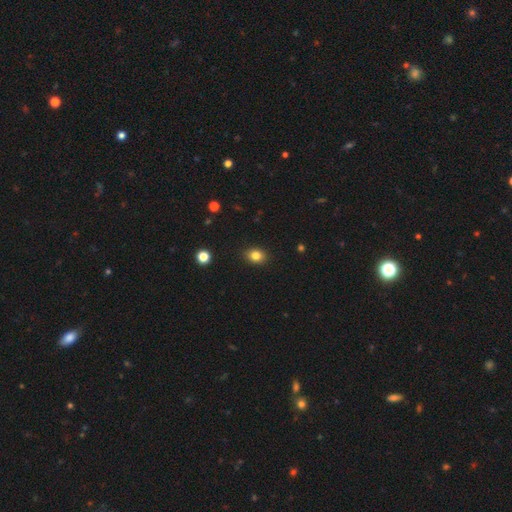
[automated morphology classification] The model was most divided on "how rounded": in between: 52%, round: 47%, cigar-shaped: 1%. More confident: merging — none (88%); smooth or featured — smooth (83%).